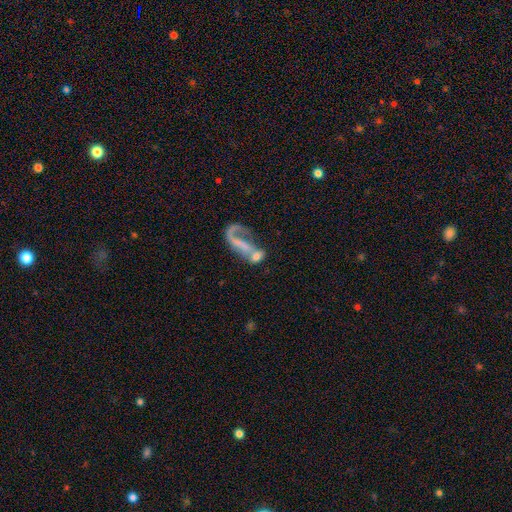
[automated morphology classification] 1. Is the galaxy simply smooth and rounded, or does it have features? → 56% featured or disk, 34% smooth, 11% star or artifact.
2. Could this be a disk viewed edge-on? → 94% no, 6% yes.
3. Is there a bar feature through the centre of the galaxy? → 57% no, 26% weak, 17% strong.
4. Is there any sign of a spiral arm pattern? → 50% yes (tied), 50% no (tied).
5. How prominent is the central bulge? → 50% none, 25% small, 17% moderate, 6% large, 3% dominant.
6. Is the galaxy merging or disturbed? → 51% merger, 25% major disturbance, 16% none, 8% minor disturbance.